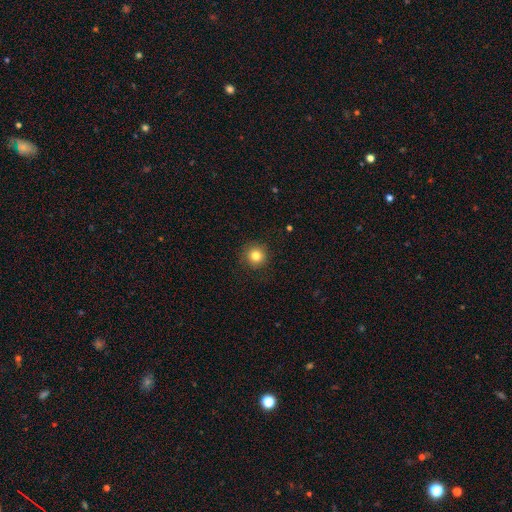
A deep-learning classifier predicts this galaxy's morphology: This is clearly a smooth galaxy (82%). How rounded: clearly round (95%). Merging: clearly none (89%).